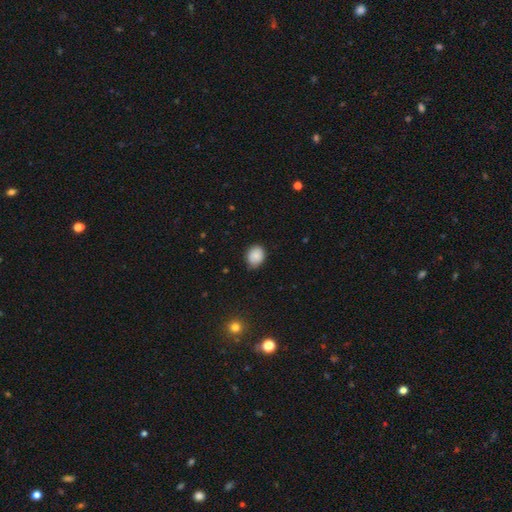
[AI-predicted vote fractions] Smooth or featured: smooth — 87% (star or artifact — 8%)
How rounded: round — 53% (in between — 46%)
Merging: none — 76% (minor disturbance — 20%)